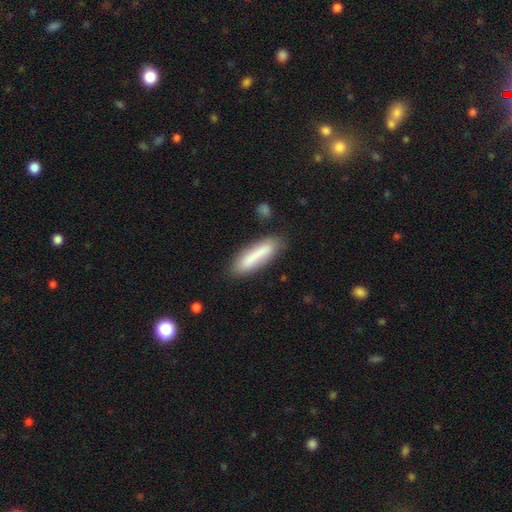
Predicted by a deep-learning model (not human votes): smooth 77%, featured or disk 16%, star or artifact 6%. Down the decision tree: how rounded — cigar-shaped (72%); merging — none (77%).